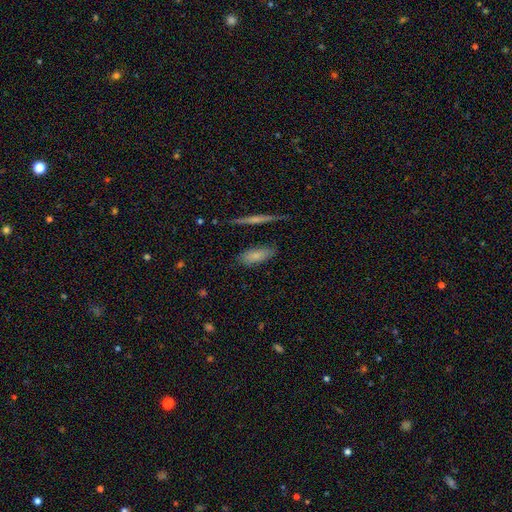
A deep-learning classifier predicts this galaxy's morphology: smooth 73%, featured or disk 18%, star or artifact 8%. Down the decision tree: how rounded — in between (75%); merging — none (73%).